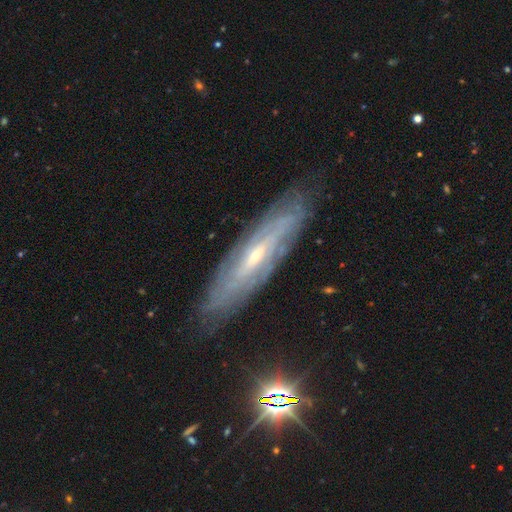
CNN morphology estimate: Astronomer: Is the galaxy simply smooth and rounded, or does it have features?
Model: featured or disk — 77%.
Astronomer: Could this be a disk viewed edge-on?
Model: no — 58% (runner-up: yes, 42%).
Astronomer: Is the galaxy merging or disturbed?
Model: none — 83%.